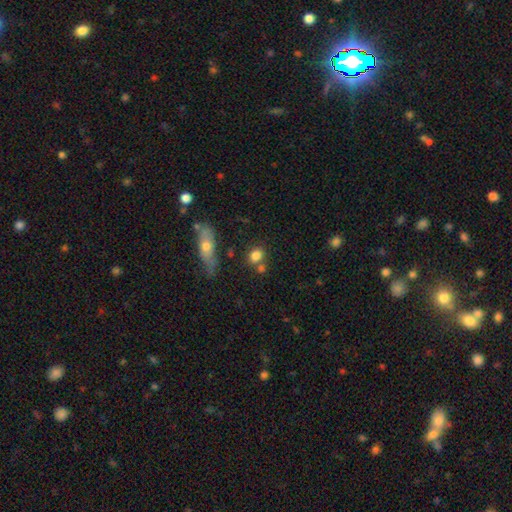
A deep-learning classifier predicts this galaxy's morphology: Smooth or featured? smooth (80%)
How rounded? round (65%)
Merging? none (63%)